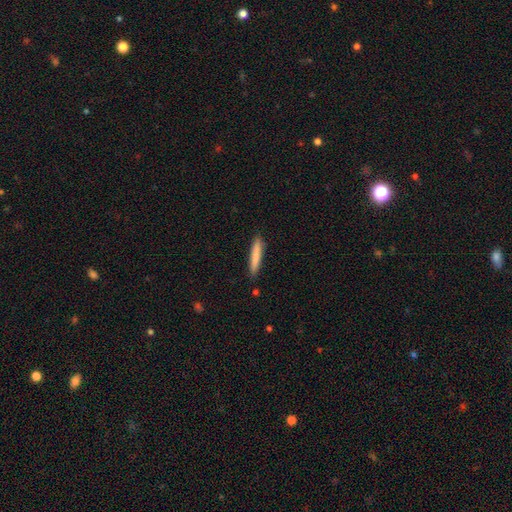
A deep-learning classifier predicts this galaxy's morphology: Smooth or featured?
  - smooth: 81% *
  - featured or disk: 13%
  - star or artifact: 6%
How rounded?
  - cigar-shaped: 93% *
  - in between: 6%
  - round: 1%
Merging?
  - none: 88% *
  - minor disturbance: 9%
  - major disturbance: 2%
  - merger: 2%